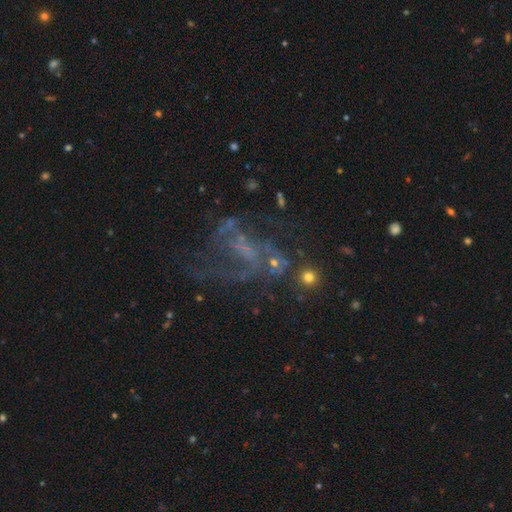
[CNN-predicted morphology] This is likely a featured or disk galaxy (64%). It is clearly not viewed edge-on (95%). Bar: possibly no (51%). Spiral arm pattern: possibly yes (59%). Central bulge: possibly none (59%). Merging: marginally none (39%).